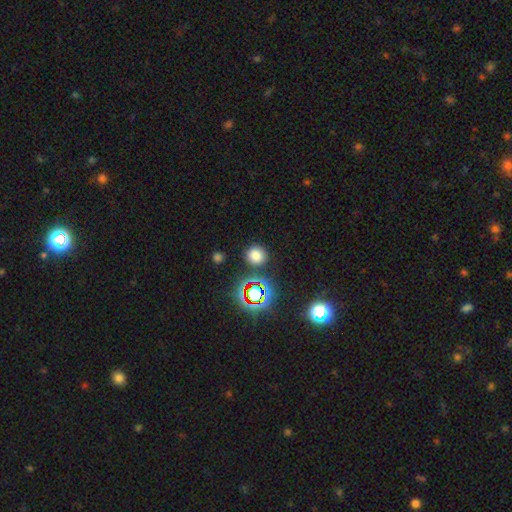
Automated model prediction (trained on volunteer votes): smooth_or_featured: smooth (p=0.73) [alt: star or artifact p=0.21]
how_rounded: round (p=0.88) [alt: in between p=0.10]
merging: none (p=0.85) [alt: minor disturbance p=0.09]